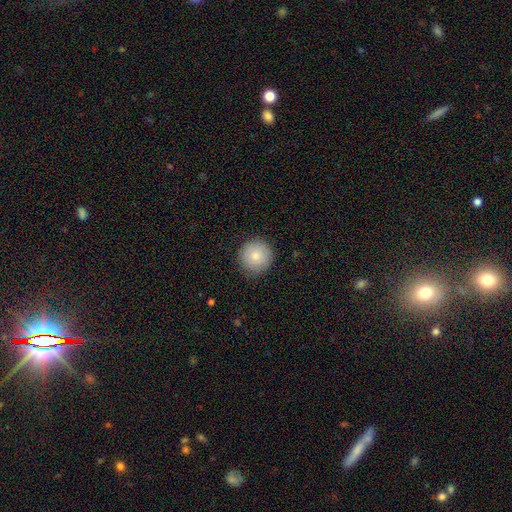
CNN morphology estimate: This is clearly a smooth galaxy (81%). How rounded: clearly round (95%). Merging: clearly none (88%).